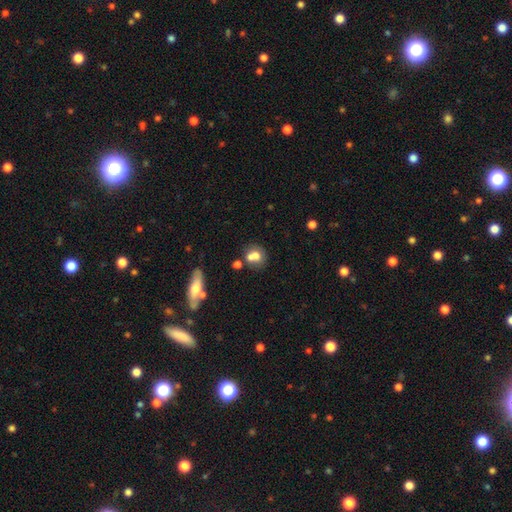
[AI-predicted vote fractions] smooth 69%, featured or disk 20%, star or artifact 12%. Down the decision tree: how rounded — round (61%); merging — merger (43%).